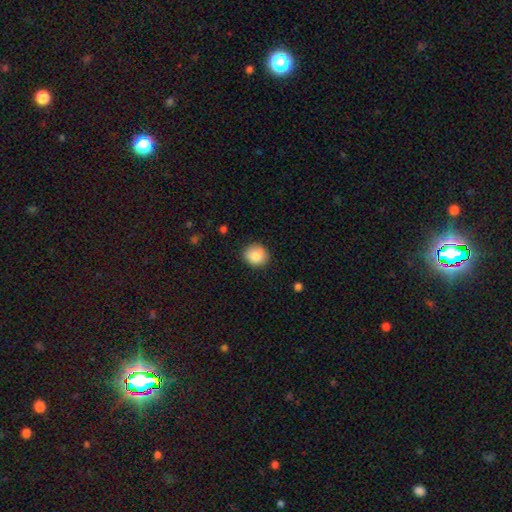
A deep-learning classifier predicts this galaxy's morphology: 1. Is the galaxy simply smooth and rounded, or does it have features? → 87% smooth, 8% star or artifact, 5% featured or disk.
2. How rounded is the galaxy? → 84% round, 15% in between, 1% cigar-shaped.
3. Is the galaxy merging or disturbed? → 86% none, 10% minor disturbance, 2% major disturbance, 1% merger.